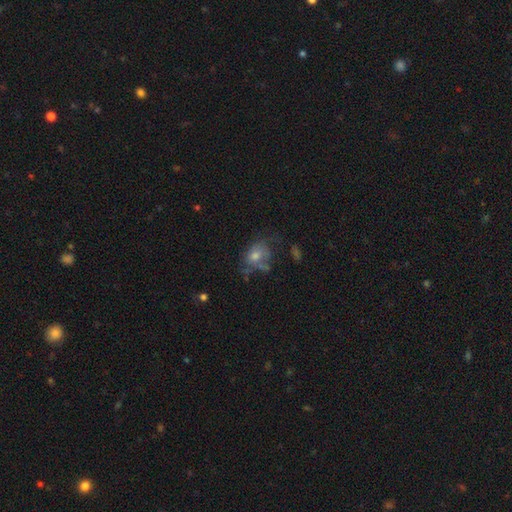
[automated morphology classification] Q: Smooth or featured?
A: smooth (46%); runner-up: featured or disk (38%)
Q: Merging?
A: none (40%); runner-up: major disturbance (27%)